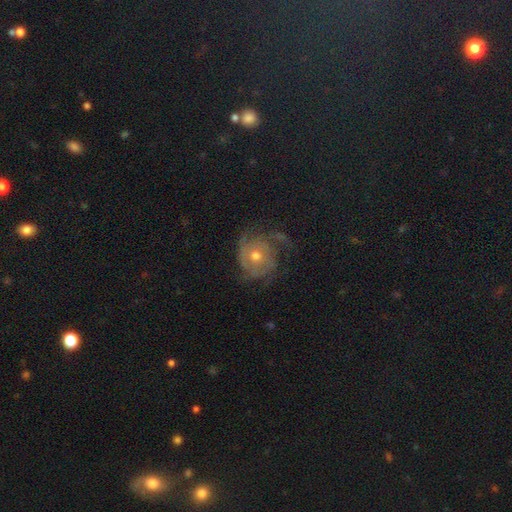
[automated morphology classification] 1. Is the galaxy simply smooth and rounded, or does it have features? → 72% featured or disk, 20% smooth, 9% star or artifact.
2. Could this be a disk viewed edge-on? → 97% no, 3% yes.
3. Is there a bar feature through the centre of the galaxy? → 83% no, 14% weak, 3% strong.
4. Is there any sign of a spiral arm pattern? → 83% yes, 17% no.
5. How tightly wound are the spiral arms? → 50% tight, 33% medium, 17% loose.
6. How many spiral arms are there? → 34% can't tell, 26% 3, 18% 2, 8% 1, 8% 4, 5% more than 4.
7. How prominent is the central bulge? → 65% moderate, 30% small, 3% large, 1% none, 1% dominant.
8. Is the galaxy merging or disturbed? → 53% none, 23% major disturbance, 22% minor disturbance, 2% merger.